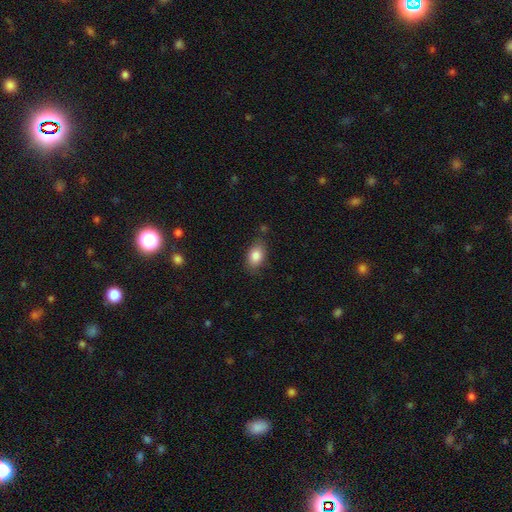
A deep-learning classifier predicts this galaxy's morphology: Q: Smooth or featured?
A: smooth (84%); runner-up: featured or disk (8%)
Q: How rounded?
A: in between (86%); runner-up: round (12%)
Q: Merging?
A: none (77%); runner-up: minor disturbance (16%)